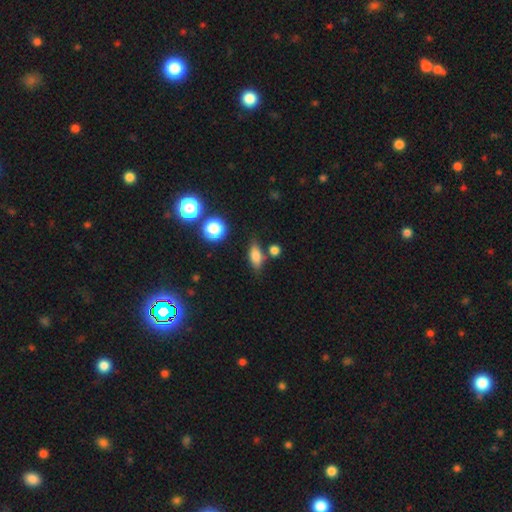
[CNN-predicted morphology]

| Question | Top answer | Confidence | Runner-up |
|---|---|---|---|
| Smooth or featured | smooth | 77% | featured or disk (13%) |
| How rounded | in between | 72% | cigar-shaped (17%) |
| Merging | none | 71% | minor disturbance (16%) |